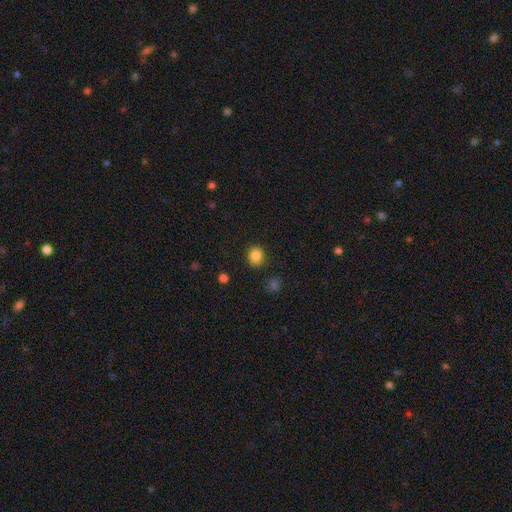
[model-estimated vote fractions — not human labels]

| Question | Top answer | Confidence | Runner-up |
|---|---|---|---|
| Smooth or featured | smooth | 86% | star or artifact (10%) |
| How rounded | round | 72% | in between (27%) |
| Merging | none | 87% | minor disturbance (9%) |